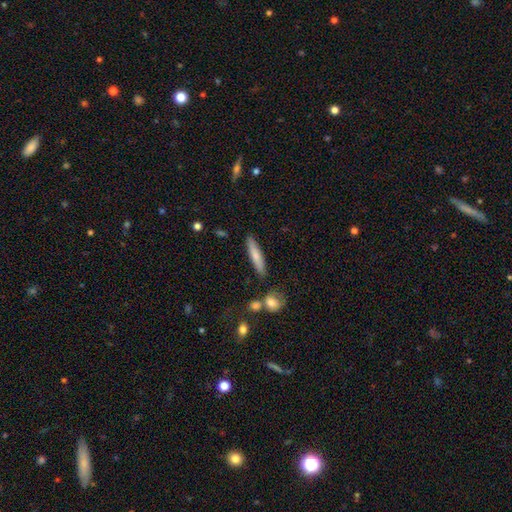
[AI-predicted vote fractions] smooth-or-featured: smooth: 72% | featured or disk: 22% | star or artifact: 6%
  how-rounded: cigar-shaped: 87% | in between: 11% | round: 2%
  merging: none: 84% | minor disturbance: 10% | merger: 4% | major disturbance: 2%